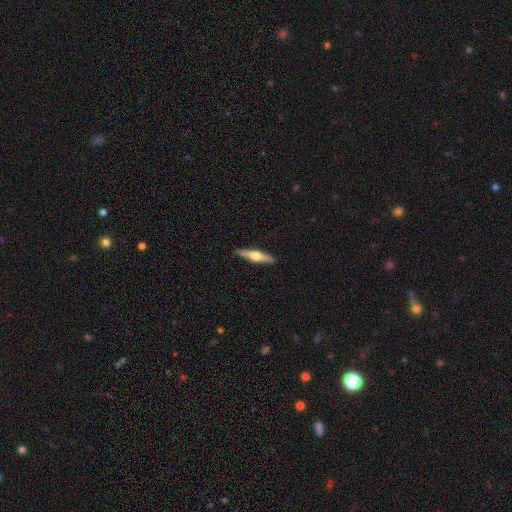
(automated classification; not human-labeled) Morphology: type=featured or disk (58%); edge-on=yes (97%); edge-on bulge=rounded (92%); merging=none (91%).